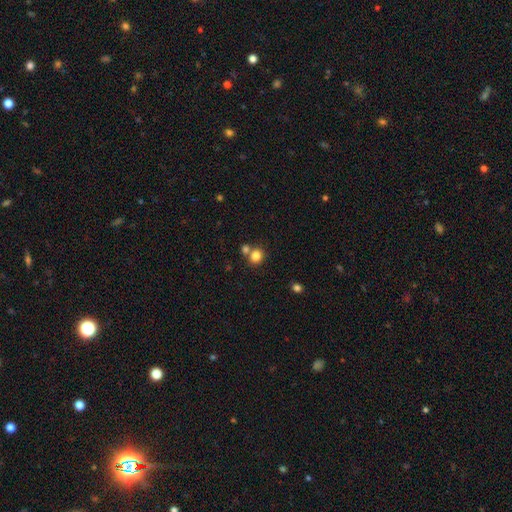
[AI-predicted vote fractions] Smooth or featured? smooth (83%)
How rounded? round (80%)
Merging? none (60%)